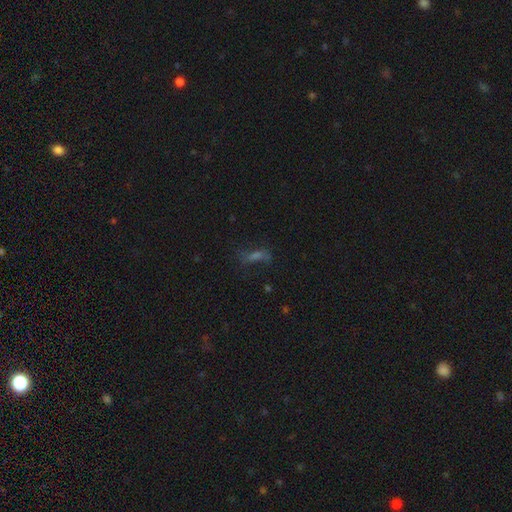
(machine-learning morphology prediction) The model was most divided on "smooth or featured": smooth: 38%, star or artifact: 33%, featured or disk: 29%. More confident: merging — none (56%).